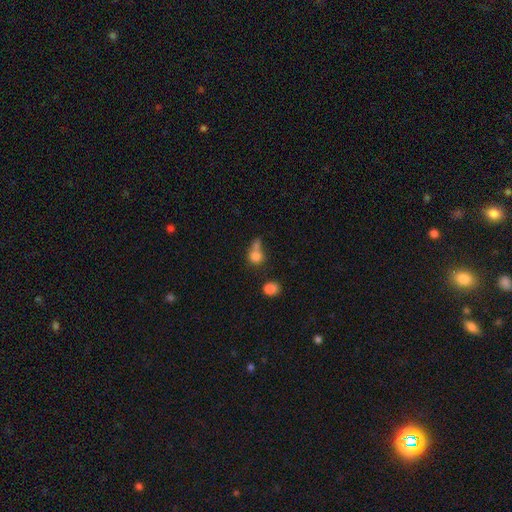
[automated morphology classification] This appears to be a smooth galaxy with no disk features (77%) that is round (67%). Merging: merger (37%).